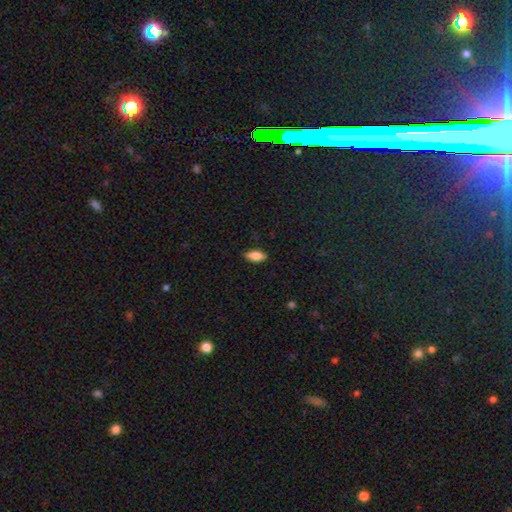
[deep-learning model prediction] Smooth or featured?
  - smooth: 85% *
  - featured or disk: 8%
  - star or artifact: 7%
How rounded?
  - in between: 87% *
  - cigar-shaped: 10%
  - round: 2%
Merging?
  - none: 86% *
  - minor disturbance: 11%
  - major disturbance: 2%
  - merger: 1%